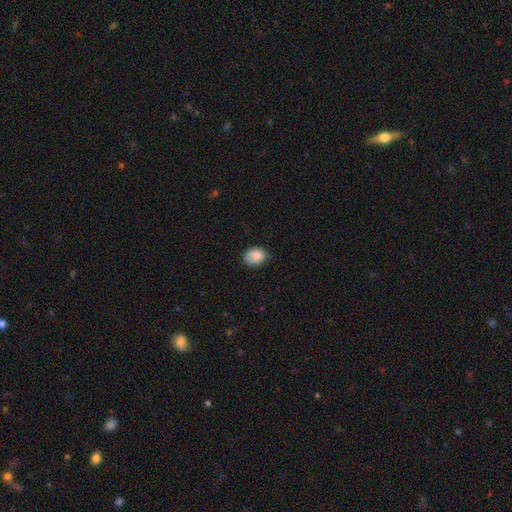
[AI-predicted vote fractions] smooth_or_featured: smooth (p=0.87) [alt: star or artifact p=0.08]
how_rounded: in between (p=0.67) [alt: round p=0.32]
merging: none (p=0.67) [alt: minor disturbance p=0.27]